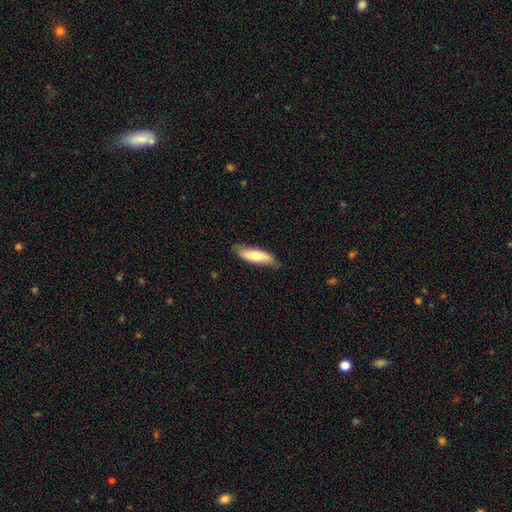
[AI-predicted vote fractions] smooth 64%, featured or disk 31%, star or artifact 5%. Down the decision tree: how rounded — in between (51%); merging — none (73%).